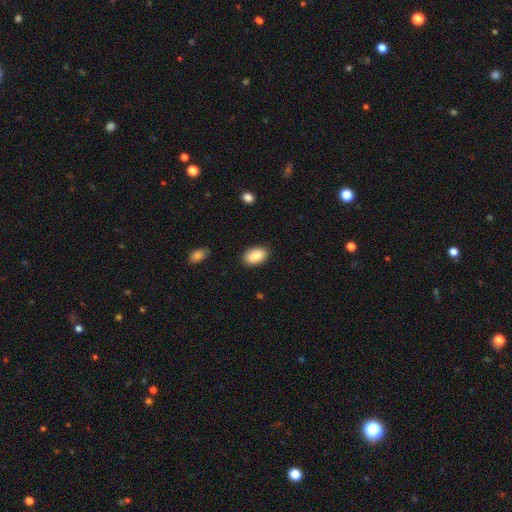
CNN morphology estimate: smooth-or-featured: smooth: 87% | featured or disk: 7% | star or artifact: 7%
  how-rounded: in between: 93% | round: 5% | cigar-shaped: 1%
  merging: none: 87% | minor disturbance: 9% | major disturbance: 2% | merger: 1%